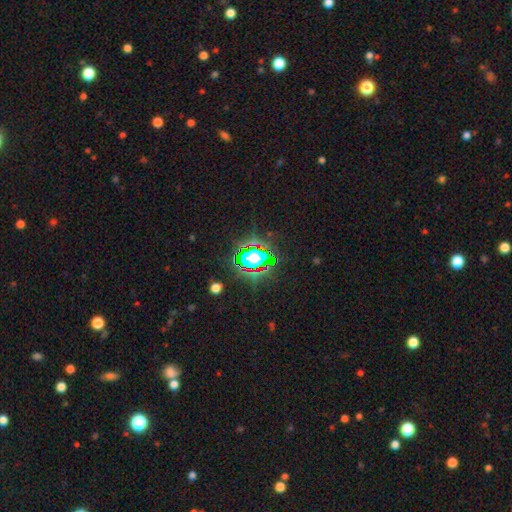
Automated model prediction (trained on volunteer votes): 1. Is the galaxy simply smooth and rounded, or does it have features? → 81% star or artifact, 12% smooth, 7% featured or disk.